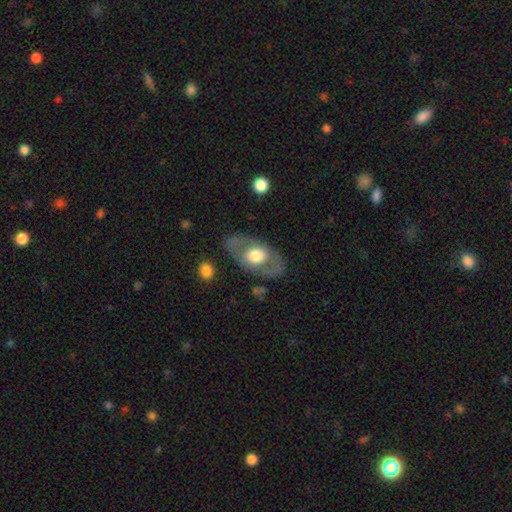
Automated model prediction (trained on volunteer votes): This appears to be a featured or disk galaxy (49%). Merging: none (77%).